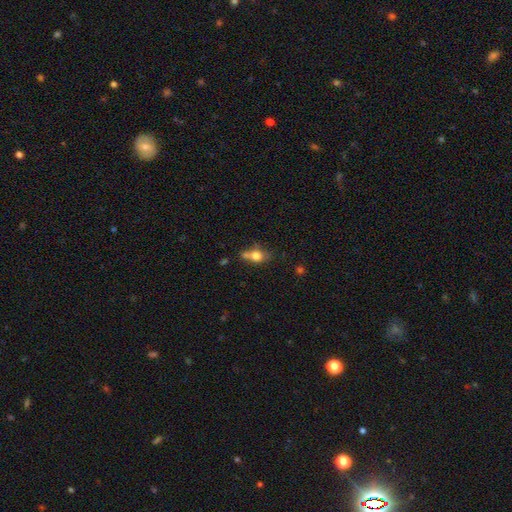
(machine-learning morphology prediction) This is likely a smooth galaxy (65%). How rounded: possibly in between (56%). Merging: marginally none (43%).